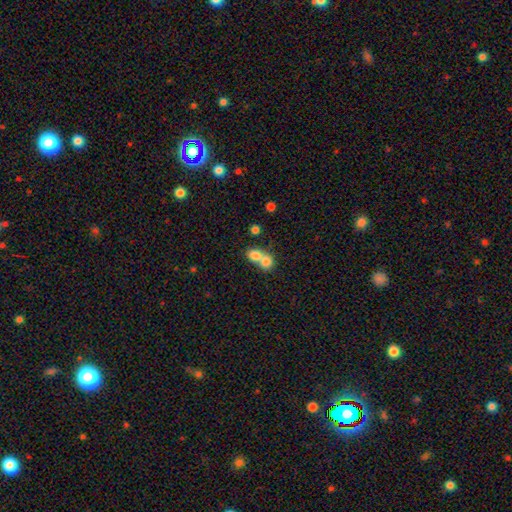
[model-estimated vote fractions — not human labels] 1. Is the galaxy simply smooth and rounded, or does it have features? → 78% smooth, 13% featured or disk, 9% star or artifact.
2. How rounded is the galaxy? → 64% round, 35% in between, 1% cigar-shaped.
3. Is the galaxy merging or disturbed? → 70% merger, 23% none, 4% minor disturbance, 2% major disturbance.